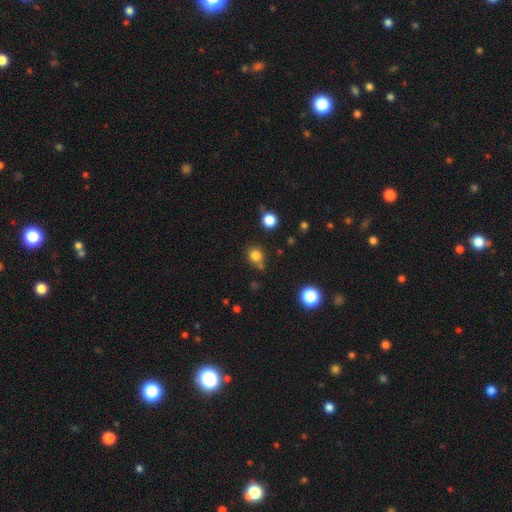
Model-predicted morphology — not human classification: Q: Smooth or featured?
A: smooth (80%); runner-up: star or artifact (14%)
Q: How rounded?
A: round (75%); runner-up: in between (24%)
Q: Merging?
A: none (68%); runner-up: minor disturbance (18%)